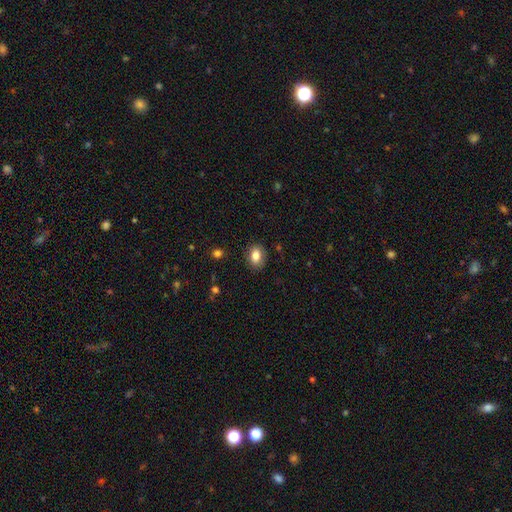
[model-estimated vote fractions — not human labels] smooth_or_featured: smooth (p=0.84) [alt: star or artifact p=0.09]
how_rounded: in between (p=0.72) [alt: round p=0.27]
merging: none (p=0.87) [alt: minor disturbance p=0.10]